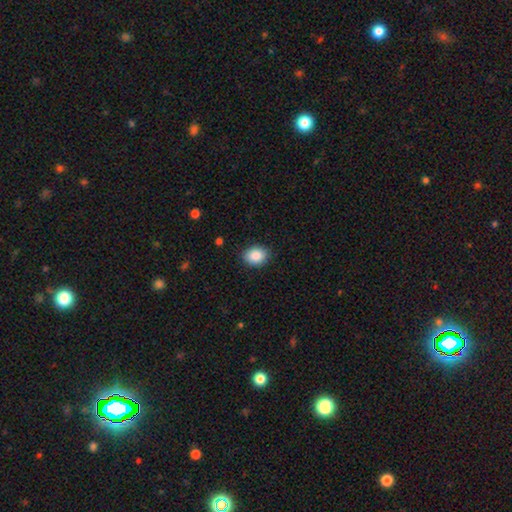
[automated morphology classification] smooth_or_featured: smooth (p=0.88) [alt: star or artifact p=0.08]
how_rounded: in between (p=0.54) [alt: round p=0.45]
merging: none (p=0.88) [alt: minor disturbance p=0.09]